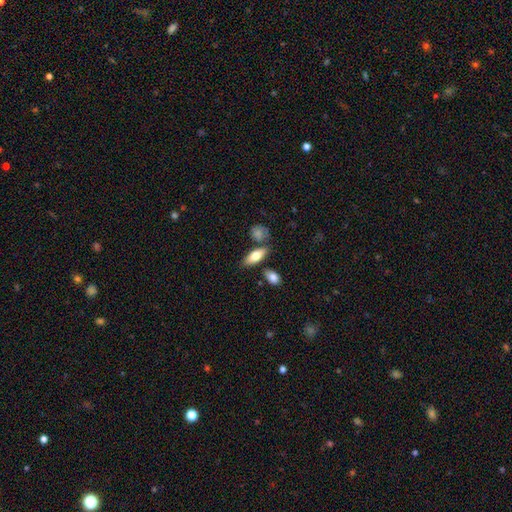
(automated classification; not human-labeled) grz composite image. It shows a smooth galaxy with no disk features (73%) that is in between round and cigar-shaped (77%). Merging: none (72%).